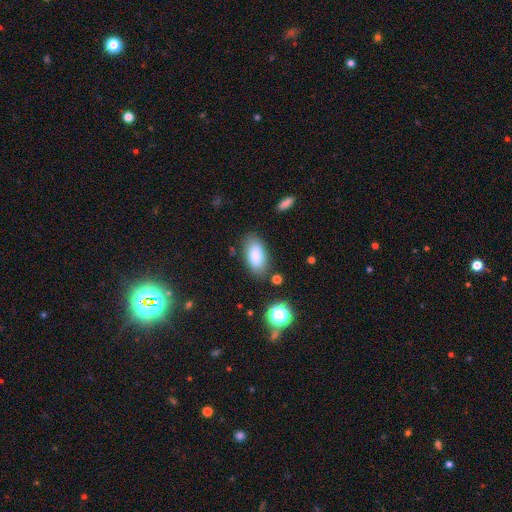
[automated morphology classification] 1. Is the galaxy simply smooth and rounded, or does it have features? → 84% smooth, 8% star or artifact, 8% featured or disk.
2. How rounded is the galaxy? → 91% in between, 6% cigar-shaped, 3% round.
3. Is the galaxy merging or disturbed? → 81% none, 12% minor disturbance, 3% major disturbance, 3% merger.